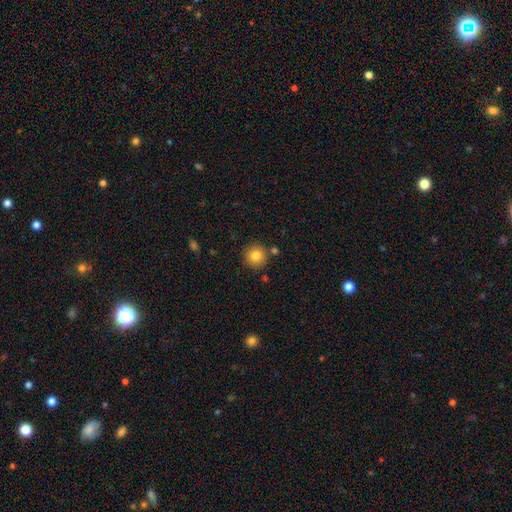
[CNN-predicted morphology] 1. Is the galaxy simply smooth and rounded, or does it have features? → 81% smooth, 11% star or artifact, 9% featured or disk.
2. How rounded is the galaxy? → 95% round, 4% in between, 1% cigar-shaped.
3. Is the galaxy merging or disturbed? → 84% none, 8% minor disturbance, 6% merger, 2% major disturbance.